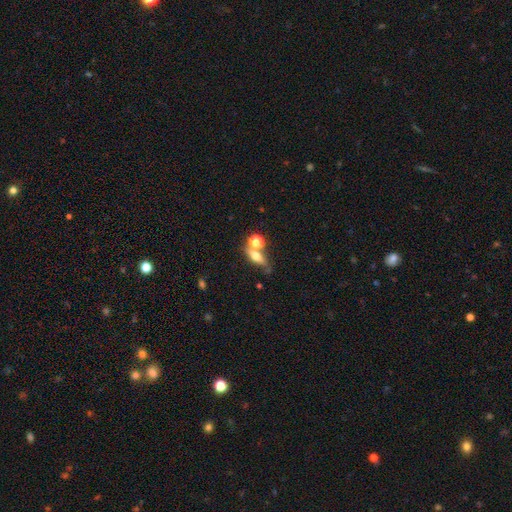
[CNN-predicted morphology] type=smooth (54%); roundness=in between (51%); merging=none (53%).